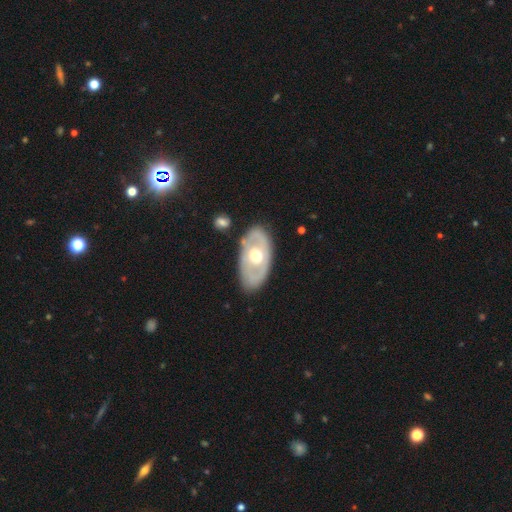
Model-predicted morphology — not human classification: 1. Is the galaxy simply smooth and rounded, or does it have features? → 64% featured or disk, 32% smooth, 4% star or artifact.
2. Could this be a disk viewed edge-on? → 89% no, 11% yes.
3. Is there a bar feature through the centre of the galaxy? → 84% no, 12% weak, 4% strong.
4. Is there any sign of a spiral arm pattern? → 73% no, 27% yes.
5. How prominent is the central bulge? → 72% moderate, 20% large, 6% small, 1% dominant, 1% none.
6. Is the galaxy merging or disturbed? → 78% none, 14% minor disturbance, 4% major disturbance, 3% merger.